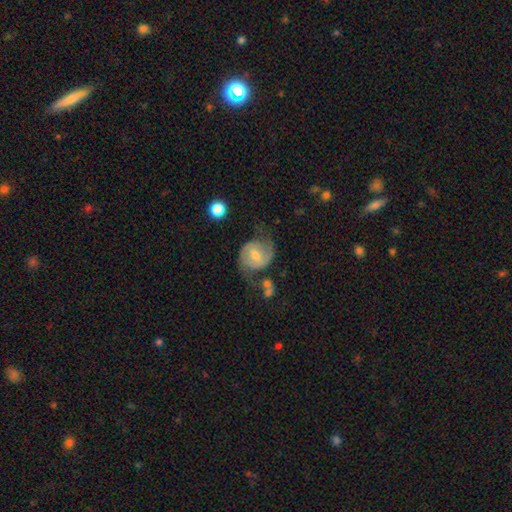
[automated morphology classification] The model was most divided on "bulge size": moderate: 45%, small: 44%, none: 6%, large: 4%, dominant: 1%. Remaining: edge-on disk — no (98%); spiral arms — yes (92%); spiral arm count — 2 (88%); smooth or featured — featured or disk (73%); merging — none (60%); bar — weak (55%); spiral winding — medium (49%).